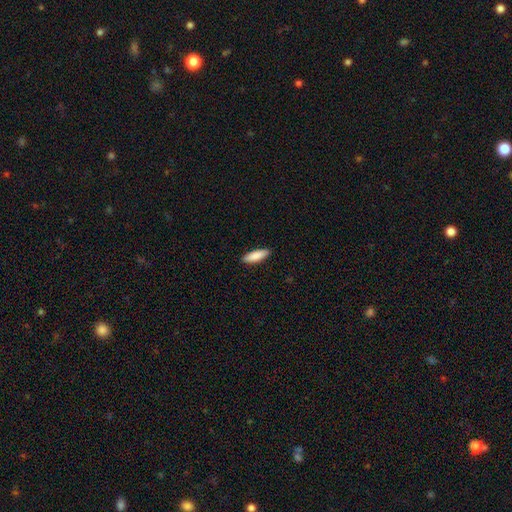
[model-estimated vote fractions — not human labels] Smooth or featured: smooth — 88% (featured or disk — 7%)
How rounded: cigar-shaped — 56% (in between — 43%)
Merging: none — 90% (minor disturbance — 8%)